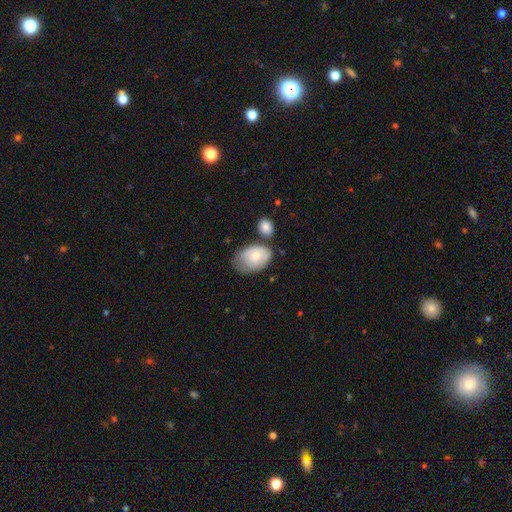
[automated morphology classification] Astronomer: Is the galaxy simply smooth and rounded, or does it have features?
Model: smooth — 73%.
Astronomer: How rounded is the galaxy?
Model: in between — 85%.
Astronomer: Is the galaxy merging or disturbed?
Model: none — 39% (runner-up: minor disturbance, 33%).